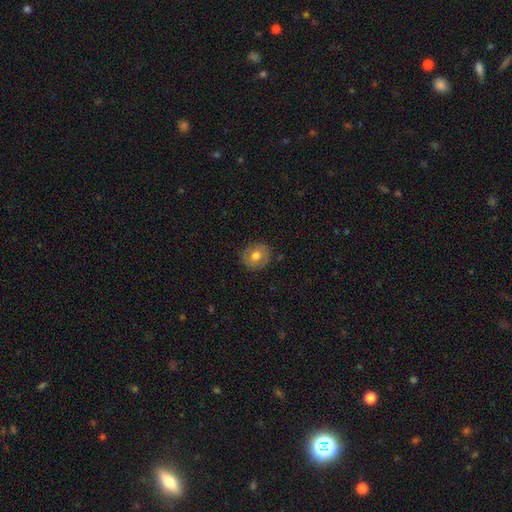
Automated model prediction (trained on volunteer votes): Smooth or featured: smooth — 70% (featured or disk — 21%)
How rounded: round — 85% (in between — 14%)
Merging: none — 86% (minor disturbance — 11%)